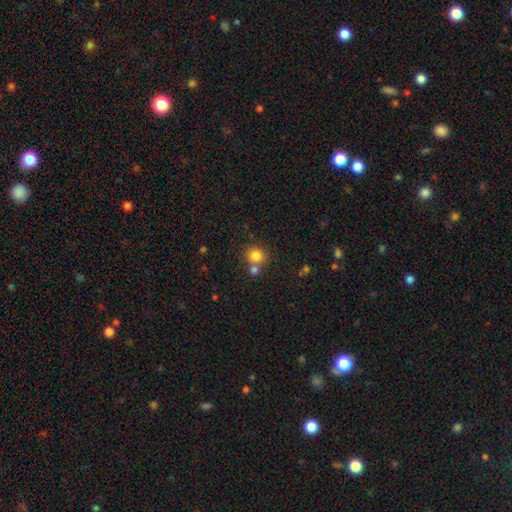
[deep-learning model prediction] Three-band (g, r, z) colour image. It shows a smooth galaxy with no disk features (81%) that is round (87%). Merging: none (59%).